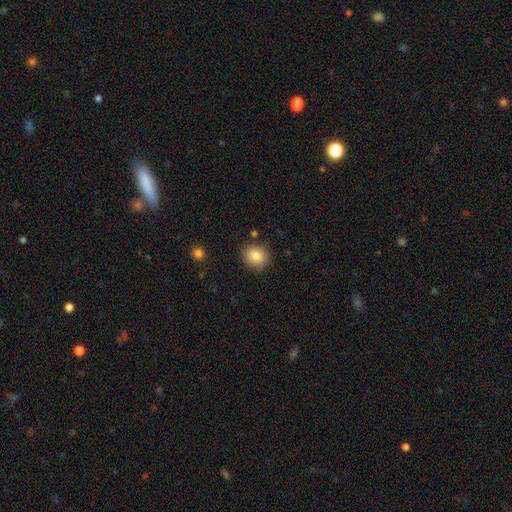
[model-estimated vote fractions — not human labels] The model was most divided on "how rounded": round: 75%, in between: 25%, cigar-shaped: 1%. More confident: merging — none (86%); smooth or featured — smooth (84%).